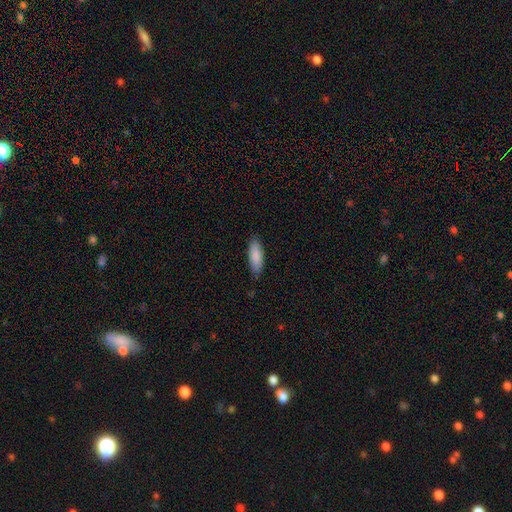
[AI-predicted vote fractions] Smooth or featured: smooth — 88% (featured or disk — 7%)
How rounded: in between — 71% (cigar-shaped — 28%)
Merging: none — 83% (minor disturbance — 14%)